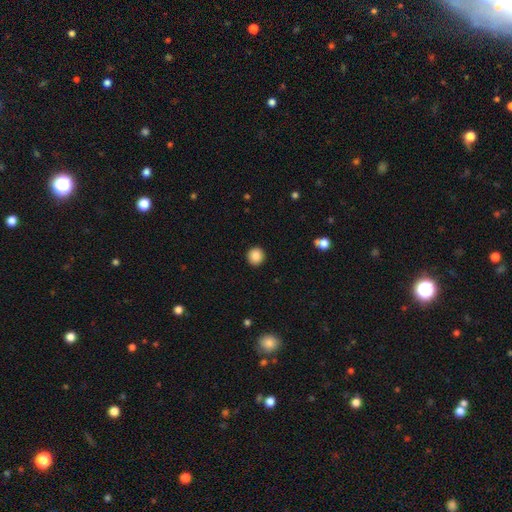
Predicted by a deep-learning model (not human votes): This appears to be a smooth galaxy with no disk features (87%) that is round (93%). Merging: none (93%).